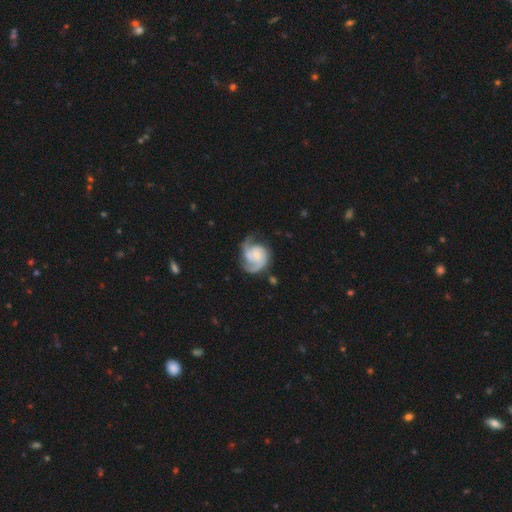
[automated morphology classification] A featured or disk galaxy (84%) with no bar (69%), 2 (51%) medium (47%) spiral arms (96%) and a small central bulge (61%). Merging: none (56%).